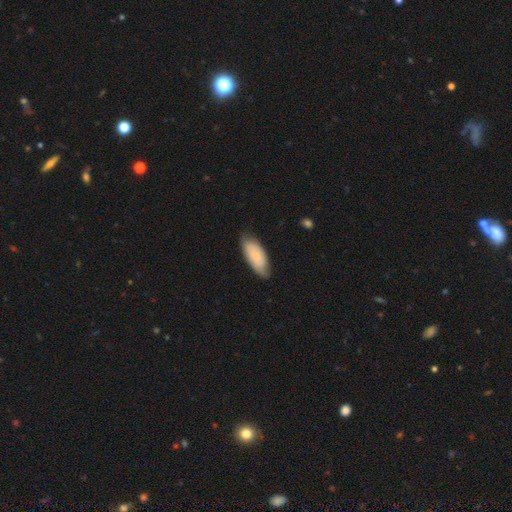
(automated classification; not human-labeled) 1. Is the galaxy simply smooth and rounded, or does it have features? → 79% smooth, 15% featured or disk, 6% star or artifact.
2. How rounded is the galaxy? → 84% in between, 15% cigar-shaped, 2% round.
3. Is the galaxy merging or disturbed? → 77% none, 19% minor disturbance, 3% major disturbance, 1% merger.